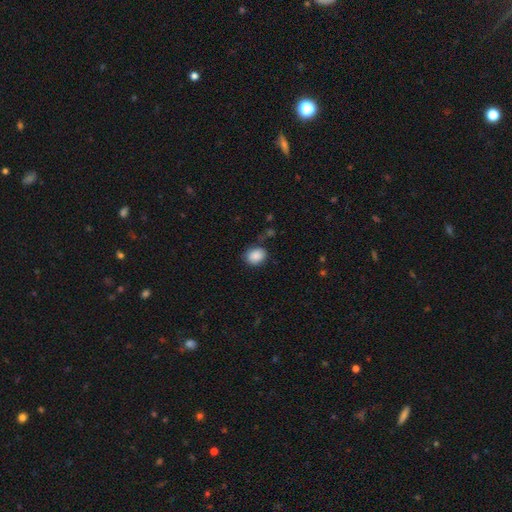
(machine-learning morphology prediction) The model was most divided on "how rounded": in between: 56%, round: 43%, cigar-shaped: 1%. More confident: smooth or featured — smooth (88%); merging — none (73%).